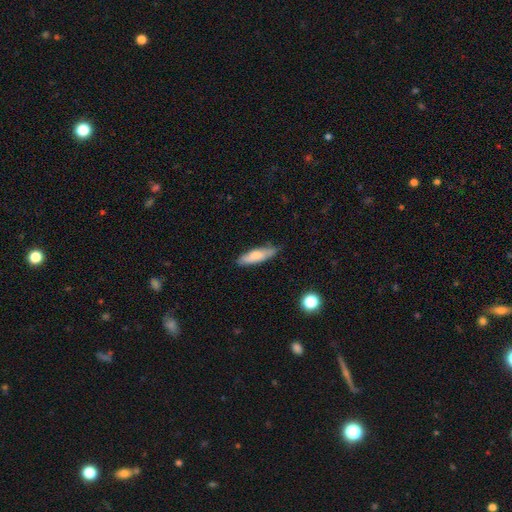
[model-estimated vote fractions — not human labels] Morphology: type=smooth (71%); roundness=cigar-shaped (56%); merging=none (72%).